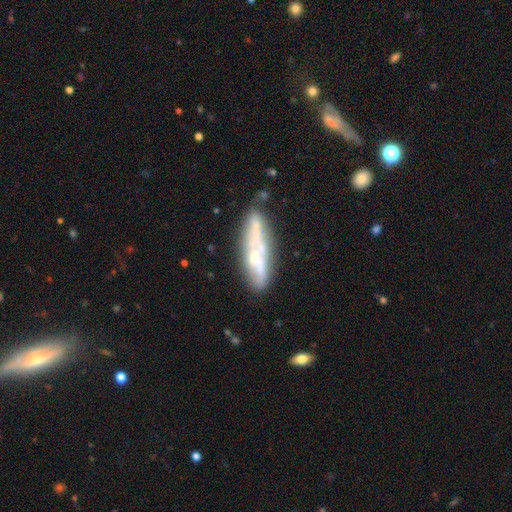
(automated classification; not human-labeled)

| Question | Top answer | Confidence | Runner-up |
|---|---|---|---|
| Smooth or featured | featured or disk | 61% | smooth (31%) |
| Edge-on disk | yes | 55% | no (45%) |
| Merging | none | 61% | minor disturbance (21%) |